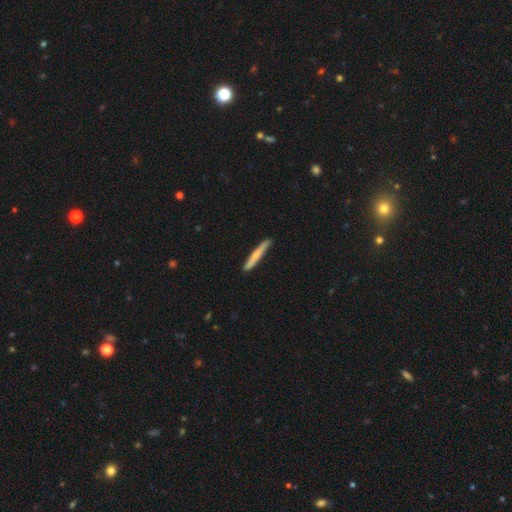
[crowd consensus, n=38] Volunteers were most divided on "smooth or featured": smooth: 58%, featured or disk: 34%, star or artifact: 8%. More confident: how rounded — cigar-shaped (95%); merging — none (94%).